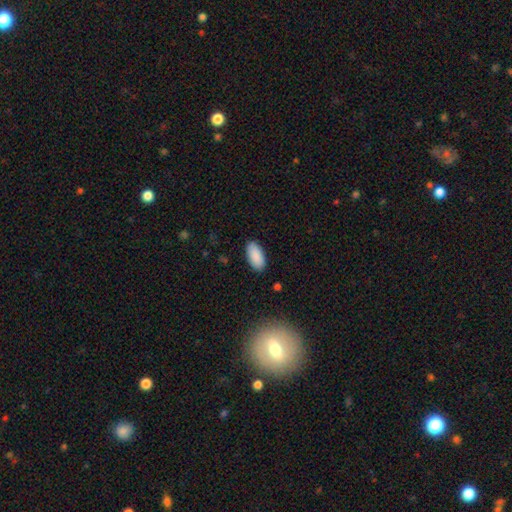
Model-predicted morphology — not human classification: Smooth or featured: smooth — 90% (star or artifact — 6%)
How rounded: in between — 92% (cigar-shaped — 6%)
Merging: none — 88% (minor disturbance — 9%)